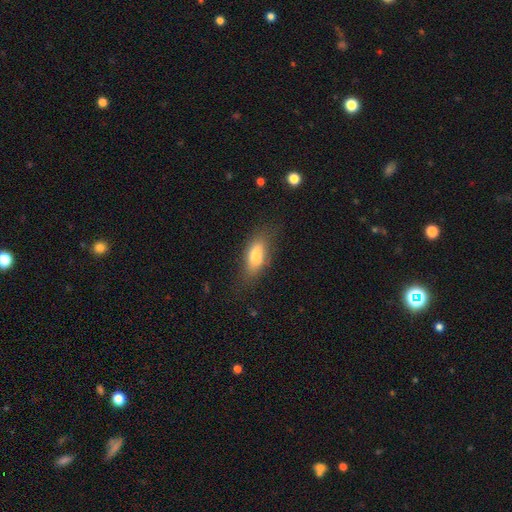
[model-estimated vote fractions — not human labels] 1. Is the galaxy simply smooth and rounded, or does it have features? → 76% smooth, 16% featured or disk, 8% star or artifact.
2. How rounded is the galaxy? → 80% in between, 16% cigar-shaped, 4% round.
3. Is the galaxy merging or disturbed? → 65% none, 23% minor disturbance, 10% major disturbance, 2% merger.